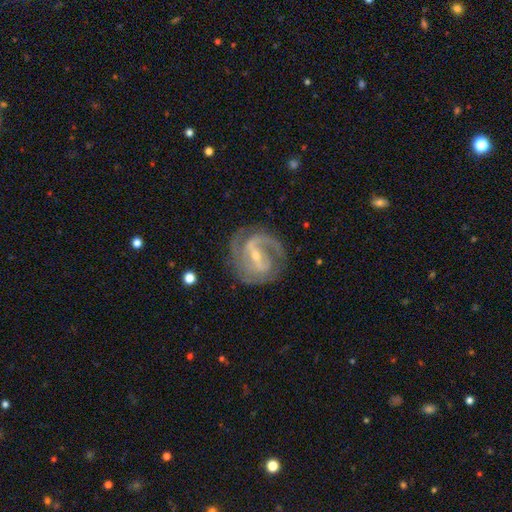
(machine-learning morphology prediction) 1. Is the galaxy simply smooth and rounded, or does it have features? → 89% featured or disk, 6% smooth, 5% star or artifact.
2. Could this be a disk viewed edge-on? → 97% no, 3% yes.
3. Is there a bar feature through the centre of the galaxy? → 55% strong, 34% weak, 11% no.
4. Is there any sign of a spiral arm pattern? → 96% yes, 4% no.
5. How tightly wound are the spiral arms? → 45% medium, 43% tight, 11% loose.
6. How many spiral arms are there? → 62% 2, 14% 3, 12% can't tell, 6% 1, 3% 4, 3% more than 4.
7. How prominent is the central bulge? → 66% small, 31% moderate, 1% none, 1% large, 1% dominant.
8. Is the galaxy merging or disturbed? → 74% none, 16% minor disturbance, 9% major disturbance, 2% merger.